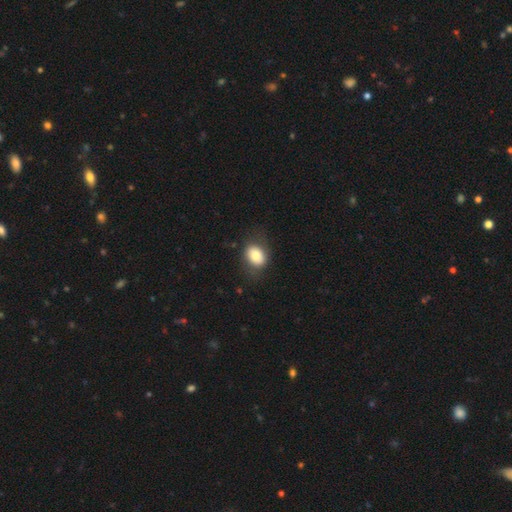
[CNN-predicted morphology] Smooth or featured? Predicted: smooth (p=0.76). How rounded? Predicted: in between (p=0.66). Merging? Predicted: none (p=0.75).